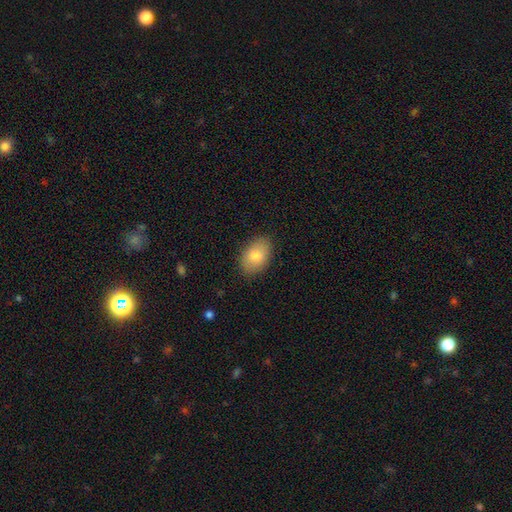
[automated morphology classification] Smooth or featured?
  - smooth: 80% *
  - featured or disk: 13%
  - star or artifact: 7%
How rounded?
  - in between: 87% *
  - round: 12%
  - cigar-shaped: 1%
Merging?
  - none: 87% *
  - minor disturbance: 10%
  - major disturbance: 2%
  - merger: 1%